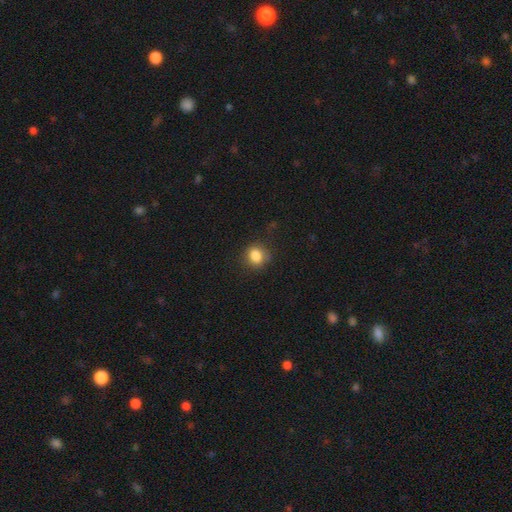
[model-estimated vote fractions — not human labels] Smooth or featured? smooth (84%)
How rounded? round (58%)
Merging? none (79%)